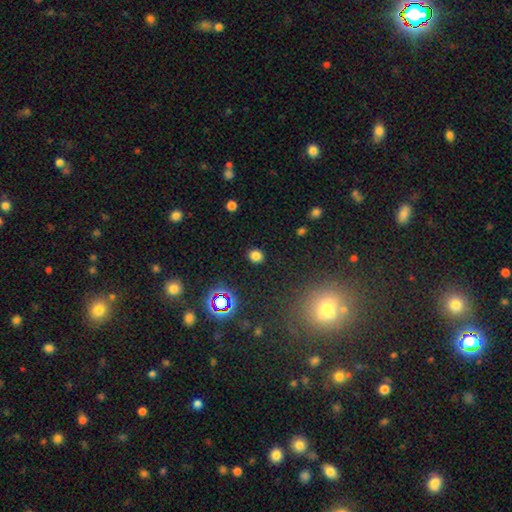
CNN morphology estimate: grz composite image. It shows a smooth galaxy with no disk features (76%) that is round (76%). Merging: none (89%).